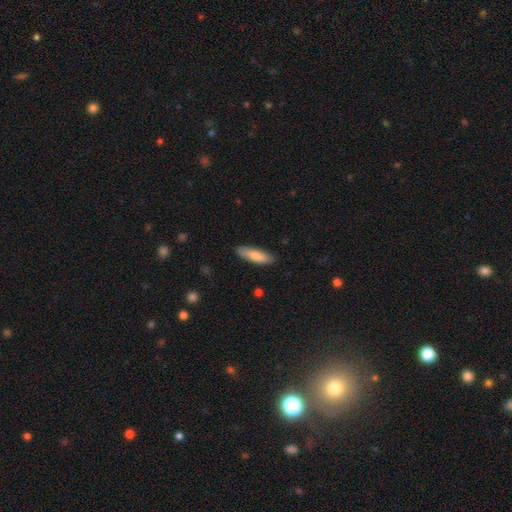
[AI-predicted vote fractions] This appears to be a smooth galaxy with no disk features (80%) that is cigar-shaped (57%). Merging: none (87%).